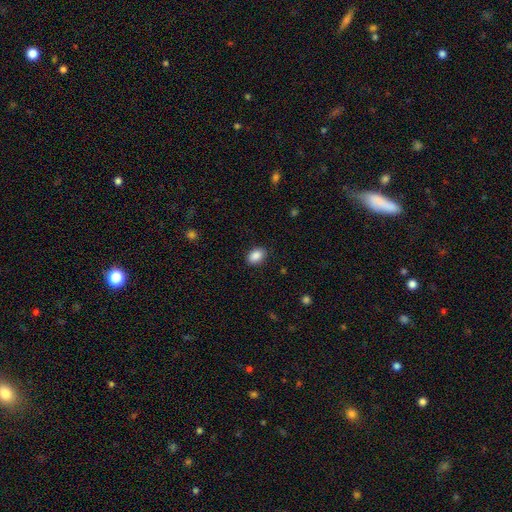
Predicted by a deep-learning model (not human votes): Overall: smooth (89%). How rounded: in between (81%). Merging: none (88%).